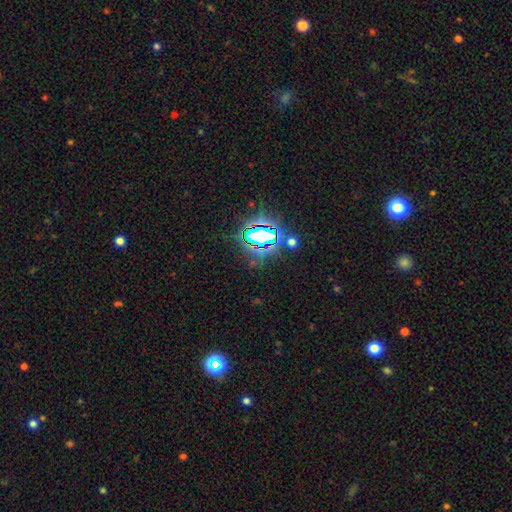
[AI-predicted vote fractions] This appears to be a star or artifact, not a galaxy (79%).